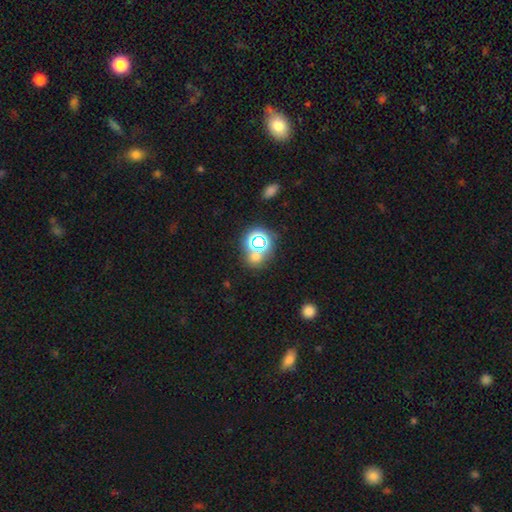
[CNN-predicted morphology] Smooth or featured?
  - star or artifact: 51% *
  - smooth: 40%
  - featured or disk: 9%